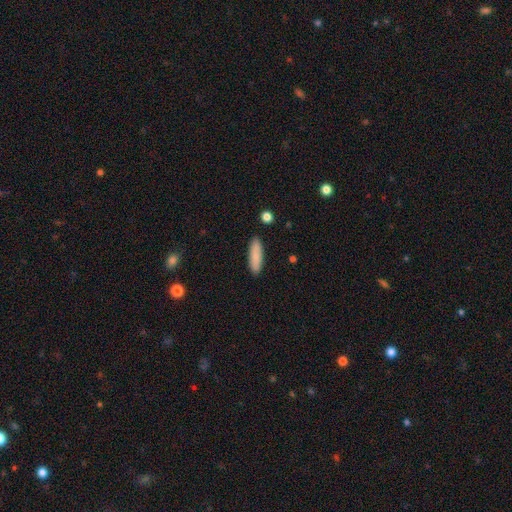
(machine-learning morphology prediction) Smooth or featured?
  - smooth: 85% *
  - featured or disk: 9%
  - star or artifact: 6%
How rounded?
  - cigar-shaped: 60% *
  - in between: 38%
  - round: 2%
Merging?
  - none: 90% *
  - minor disturbance: 7%
  - major disturbance: 2%
  - merger: 1%